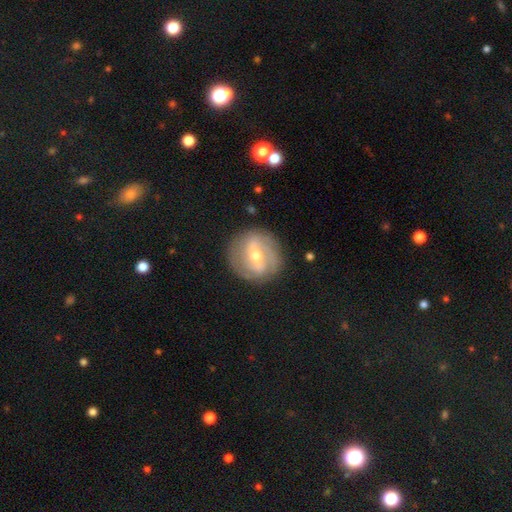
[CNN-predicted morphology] type=featured or disk (78%); edge-on=no (96%); bar=weak (44%); spiral arms=yes (87%); winding=tight (45%); arm count=2 (50%); bulge=moderate (64%); merging=none (83%).